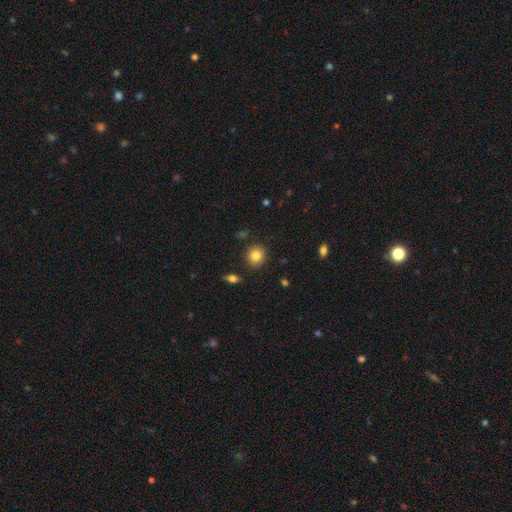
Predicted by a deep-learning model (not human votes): smooth-or-featured: smooth: 82% | star or artifact: 10% | featured or disk: 8%
  how-rounded: round: 89% | in between: 10% | cigar-shaped: 1%
  merging: none: 90% | minor disturbance: 6% | major disturbance: 2% | merger: 2%